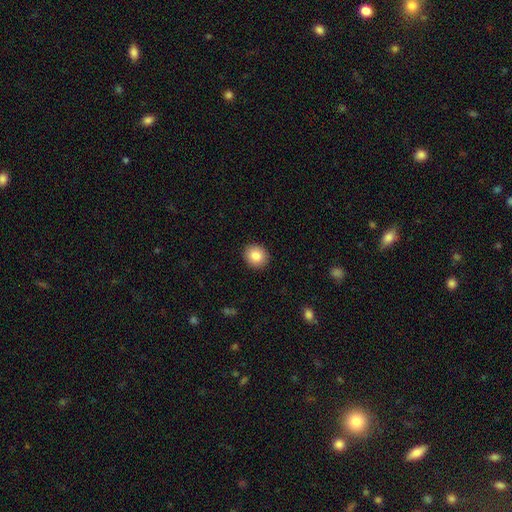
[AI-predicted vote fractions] Smooth or featured? Predicted: smooth (p=0.84). How rounded? Predicted: round (p=0.80). Merging? Predicted: none (p=0.92).